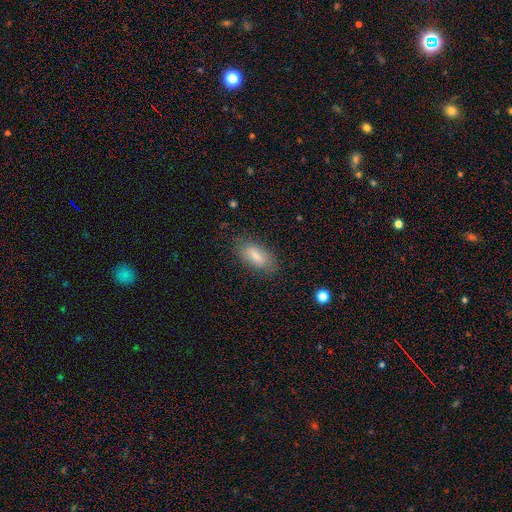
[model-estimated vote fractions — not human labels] smooth_or_featured: smooth (p=0.77) [alt: featured or disk p=0.16]
how_rounded: in between (p=0.80) [alt: cigar-shaped p=0.17]
merging: none (p=0.82) [alt: minor disturbance p=0.13]